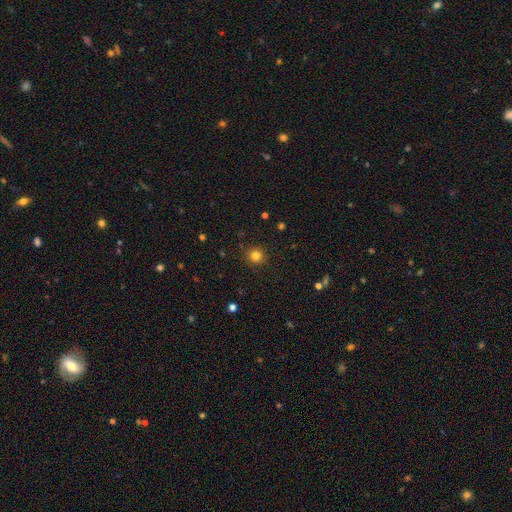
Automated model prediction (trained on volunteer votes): Smooth or featured?
  - smooth: 81% *
  - star or artifact: 14%
  - featured or disk: 5%
How rounded?
  - round: 94% *
  - in between: 5%
  - cigar-shaped: 1%
Merging?
  - none: 90% *
  - minor disturbance: 7%
  - major disturbance: 2%
  - merger: 1%